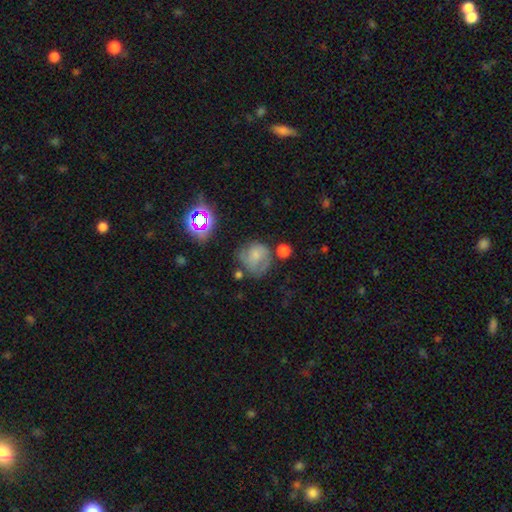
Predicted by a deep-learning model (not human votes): smooth 49%, featured or disk 37%, star or artifact 14%. Down the decision tree: merging — none (45%).